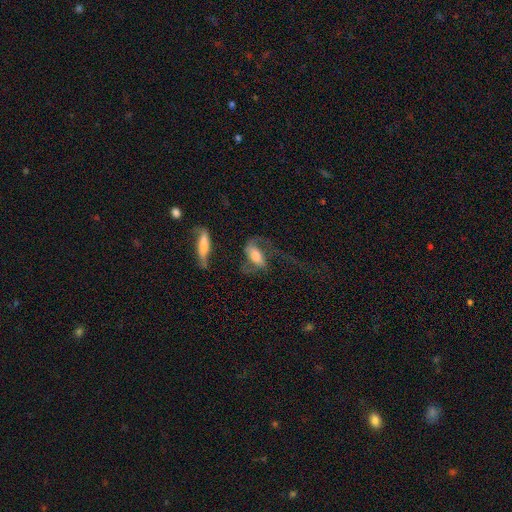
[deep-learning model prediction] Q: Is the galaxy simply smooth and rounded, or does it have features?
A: featured or disk — 59%.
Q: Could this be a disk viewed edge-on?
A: no — 87%.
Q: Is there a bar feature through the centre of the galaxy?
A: no — 37%.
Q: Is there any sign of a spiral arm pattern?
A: yes — 76%.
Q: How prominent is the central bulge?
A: moderate — 48%.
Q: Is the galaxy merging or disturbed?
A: major disturbance — 44%.